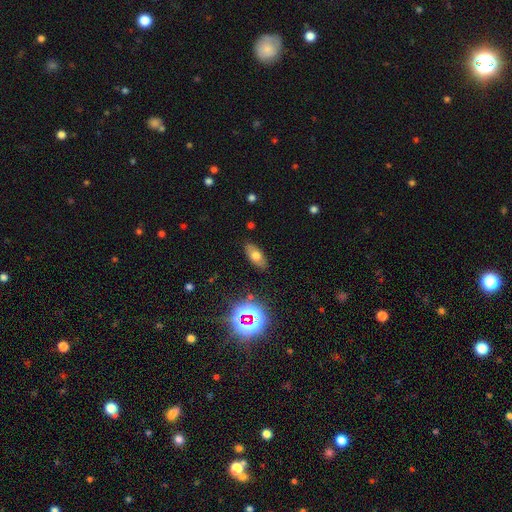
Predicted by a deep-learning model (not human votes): Morphology: type=smooth (63%); roundness=in between (85%); merging=none (86%).